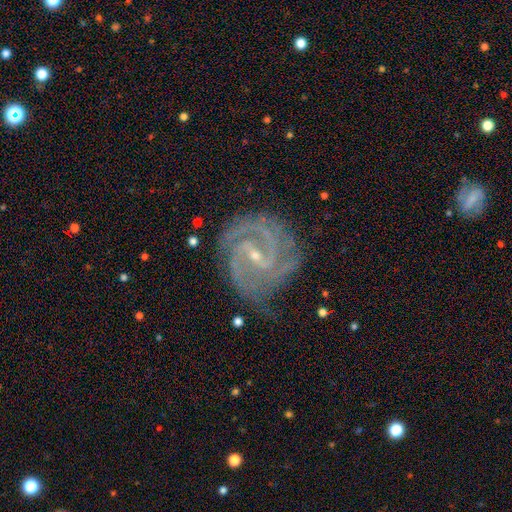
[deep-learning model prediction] This is clearly a featured or disk galaxy (92%). It is clearly not viewed edge-on (98%). Bar: possibly weak (47%). Spiral arm pattern: clearly yes (99%). Spiral arm count: possibly 2 (47%). Spiral winding: possibly tight (56%). Central bulge: likely small (78%). Merging: likely none (70%).